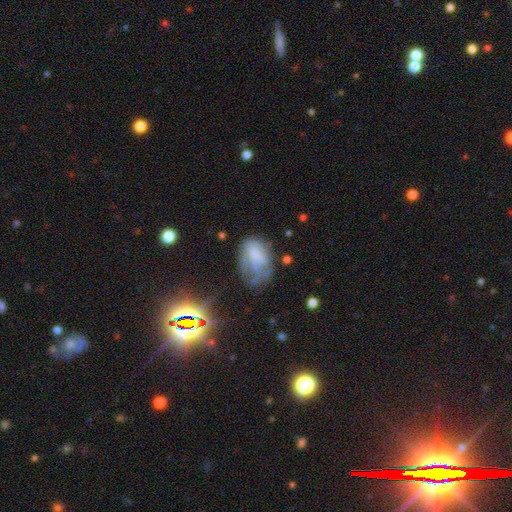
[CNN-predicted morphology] This appears to be a smooth galaxy with no disk features (44%). Merging: none (36%).